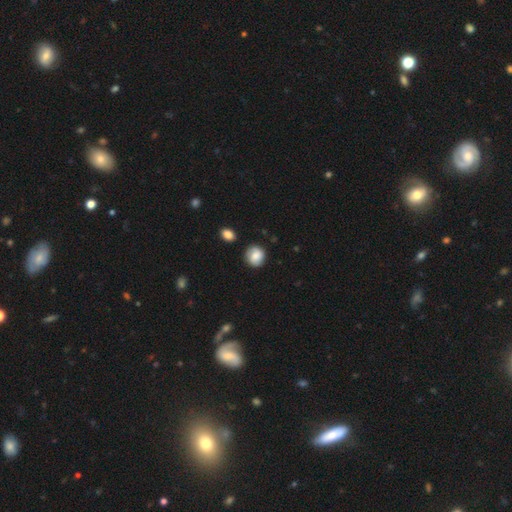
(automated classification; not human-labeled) Smooth or featured? smooth (75%)
How rounded? round (81%)
Merging? none (81%)